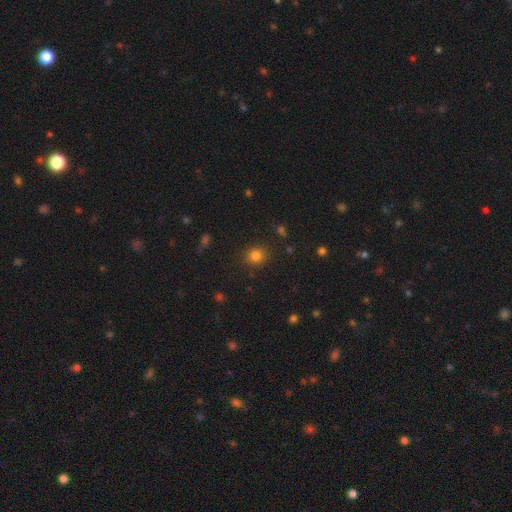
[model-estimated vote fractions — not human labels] A smooth galaxy with no disk features (80%) that is round (81%). Merging: none (87%).